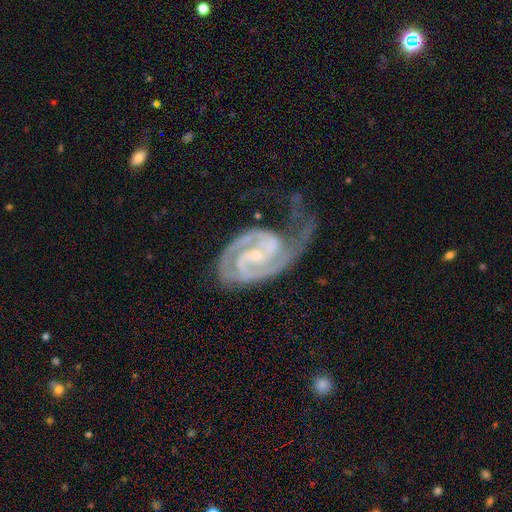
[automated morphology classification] A featured or disk galaxy (92%) with no bar (42%), 2 (81%) tight (56%) spiral arms (98%) and a small central bulge (77%). Merging: major disturbance (37%).